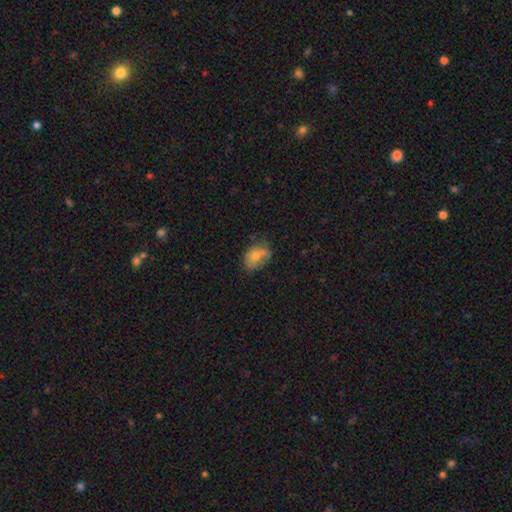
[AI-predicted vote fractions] Overall: smooth (62%; featured or disk 26%). How rounded: in between (71%). Merging: none (47%; minor disturbance 27%).